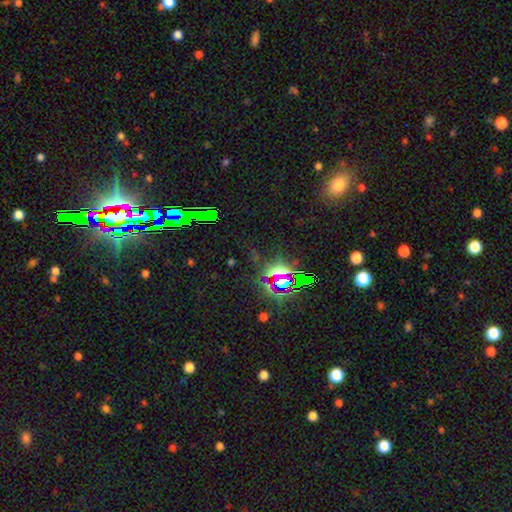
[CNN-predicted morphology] smooth-or-featured: star or artifact: 78% | smooth: 13% | featured or disk: 9%